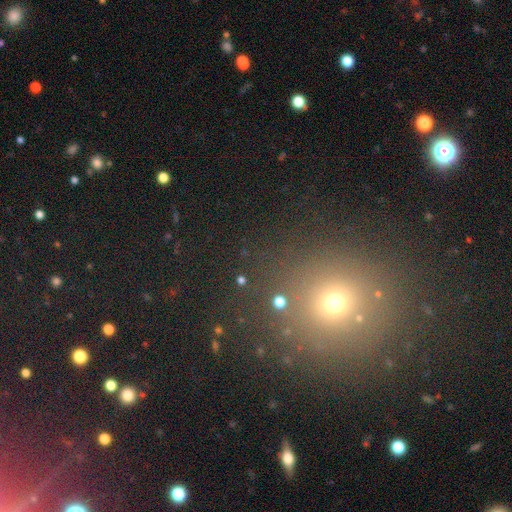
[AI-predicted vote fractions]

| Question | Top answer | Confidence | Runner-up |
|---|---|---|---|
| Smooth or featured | smooth | 49% | star or artifact (43%) |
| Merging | none | 85% | minor disturbance (8%) |